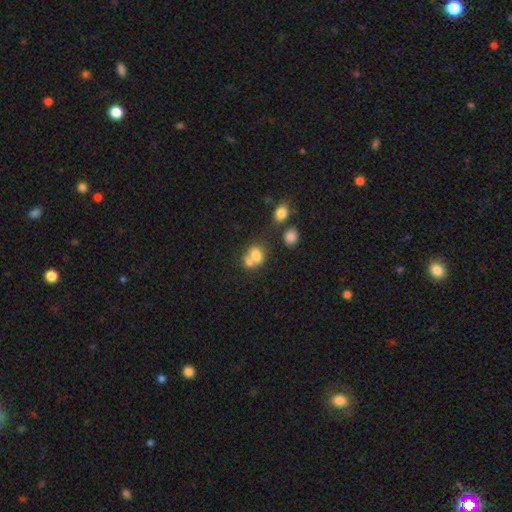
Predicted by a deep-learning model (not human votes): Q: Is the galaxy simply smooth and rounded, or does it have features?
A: smooth — 73%.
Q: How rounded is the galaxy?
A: in between — 50%.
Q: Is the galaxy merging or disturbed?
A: merger — 54%.